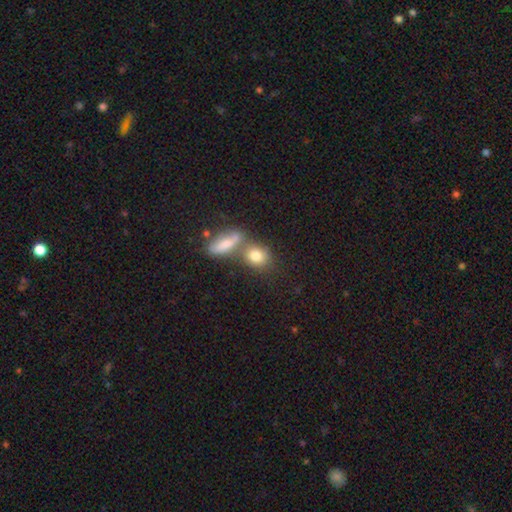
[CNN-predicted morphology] Smooth or featured? Predicted: smooth (p=0.78). How rounded? Predicted: round (p=0.49). Merging? Predicted: none (p=0.47).